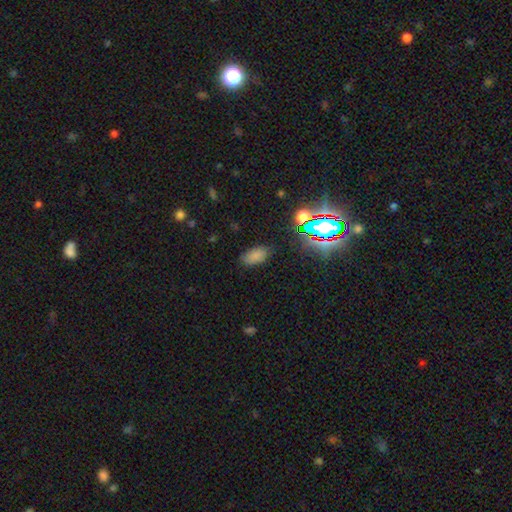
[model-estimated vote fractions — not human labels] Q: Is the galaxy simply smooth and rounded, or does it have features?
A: smooth — 76%.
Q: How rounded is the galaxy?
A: in between — 92%.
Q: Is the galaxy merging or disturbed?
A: none — 83%.